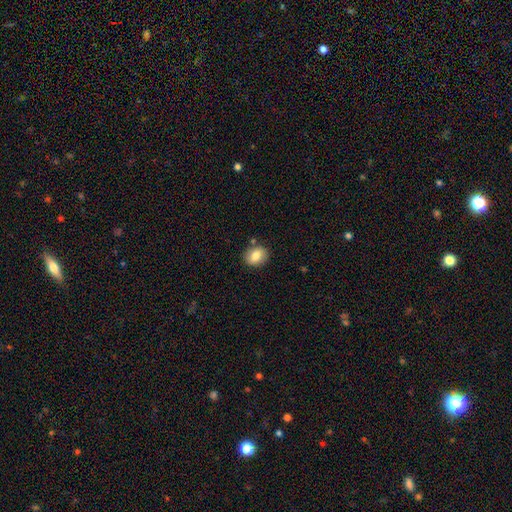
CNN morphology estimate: Overall: smooth (80%). How rounded: round (55%; in between 44%). Merging: none (83%).